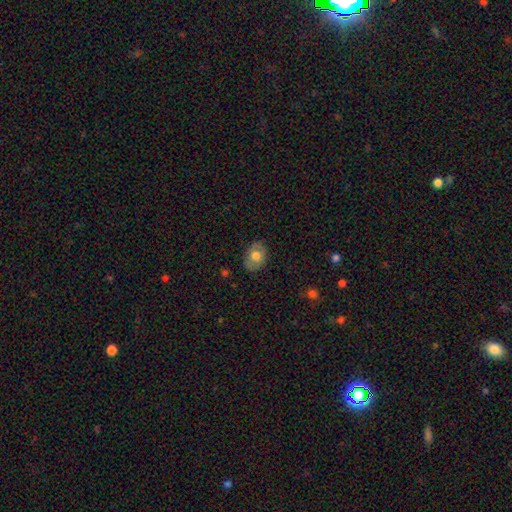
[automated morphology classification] This appears to be a smooth galaxy with no disk features (67%) that is in between round and cigar-shaped (70%). Merging: none (82%).